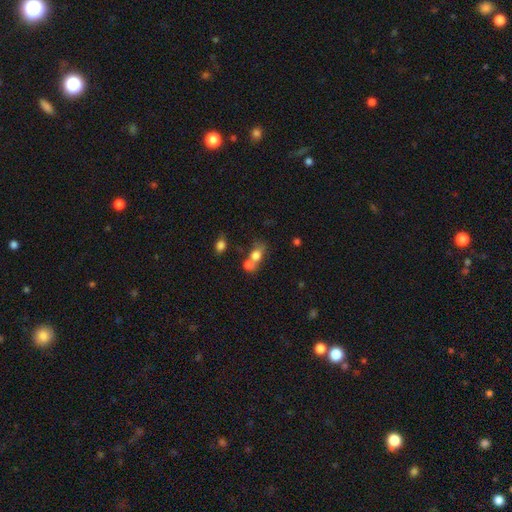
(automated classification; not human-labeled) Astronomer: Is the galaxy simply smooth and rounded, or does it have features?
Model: smooth — 74%.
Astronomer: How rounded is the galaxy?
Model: in between — 53% (runner-up: round, 44%).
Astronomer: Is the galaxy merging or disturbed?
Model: merger — 60%.